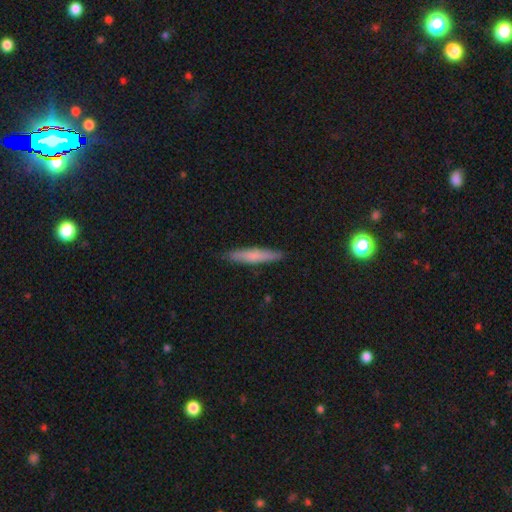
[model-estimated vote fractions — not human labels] smooth_or_featured: smooth (p=0.68) [alt: featured or disk p=0.26]
how_rounded: cigar-shaped (p=0.92) [alt: in between p=0.07]
merging: none (p=0.89) [alt: minor disturbance p=0.08]